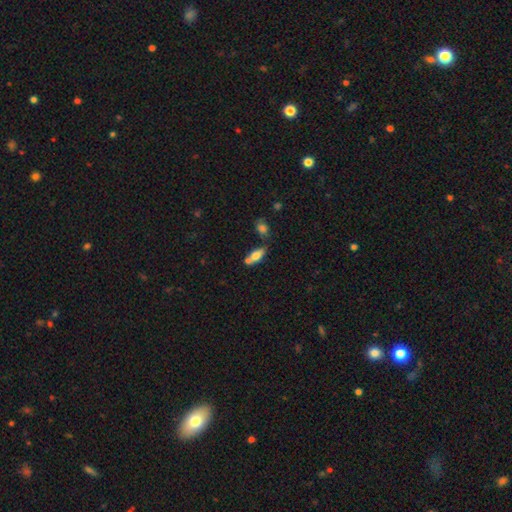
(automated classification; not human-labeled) A smooth galaxy with no disk features (68%) that is in between round and cigar-shaped (76%).

Vote fractions:
- Smooth or featured? smooth: 68% / featured or disk: 24% / star or artifact: 8%
- How rounded? in between: 76% / cigar-shaped: 20% / round: 4%
- Merging? none: 44% / merger: 33% / minor disturbance: 16% / major disturbance: 6%